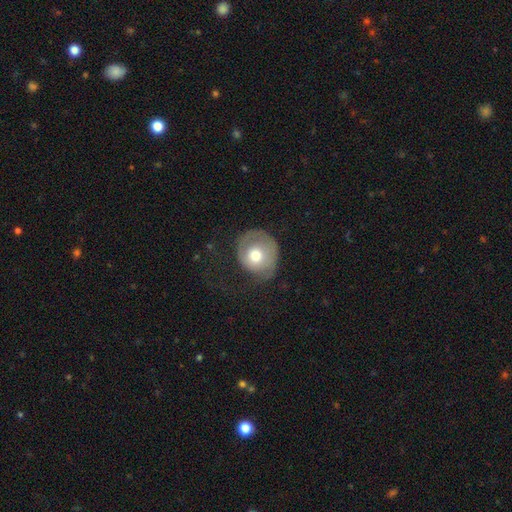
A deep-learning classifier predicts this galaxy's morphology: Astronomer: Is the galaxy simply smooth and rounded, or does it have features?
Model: smooth — 54% (runner-up: featured or disk, 39%).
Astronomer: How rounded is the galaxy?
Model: round — 82%.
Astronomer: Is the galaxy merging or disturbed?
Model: none — 44% (runner-up: minor disturbance, 27%).